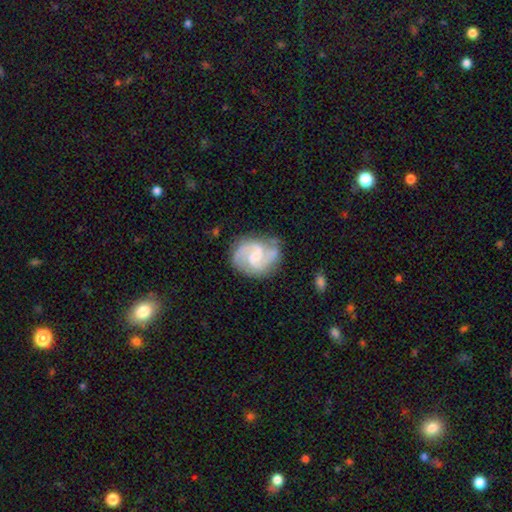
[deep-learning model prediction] A featured or disk galaxy (84%) with a weak bar (58%), 2 (84%) medium (55%) spiral arms (96%) and a small central bulge (39%).

Vote fractions:
- Smooth or featured? featured or disk: 84% / smooth: 11% / star or artifact: 5%
- Edge-on disk? no: 98% / yes: 2%
- Bar? weak: 58% / no: 26% / strong: 16%
- Spiral arms? yes: 96% / no: 4%
- Spiral winding? medium: 55% / tight: 23% / loose: 22%
- Spiral arm count? 2: 84% / 3: 5% / can't tell: 5% / 1: 2% / 4: 1% / more than 4: 1%
- Bulge size? small: 39% / moderate: 28% / none: 27% / large: 5% / dominant: 1%
- Merging? none: 68% / minor disturbance: 20% / major disturbance: 9% / merger: 3%